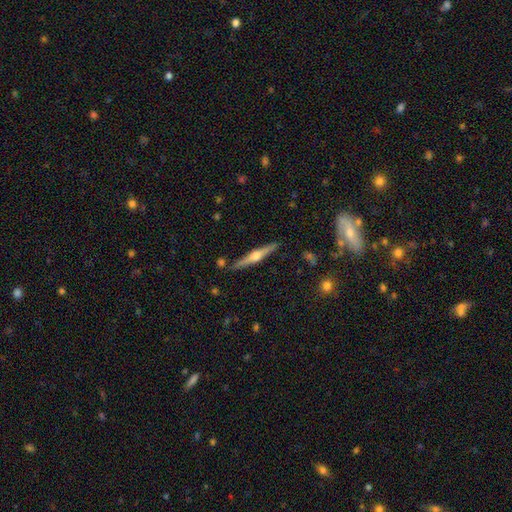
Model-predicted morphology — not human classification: Q: Smooth or featured?
A: featured or disk (76%); runner-up: smooth (18%)
Q: Edge-on disk?
A: yes (98%); runner-up: no (2%)
Q: Edge-on bulge?
A: rounded (93%); runner-up: boxy (4%)
Q: Merging?
A: none (89%); runner-up: minor disturbance (7%)